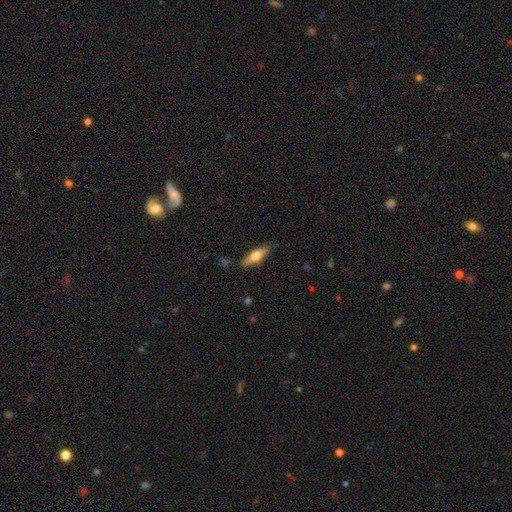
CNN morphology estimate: This is possibly a smooth galaxy (56%). How rounded: possibly cigar-shaped (57%). Merging: clearly none (83%).